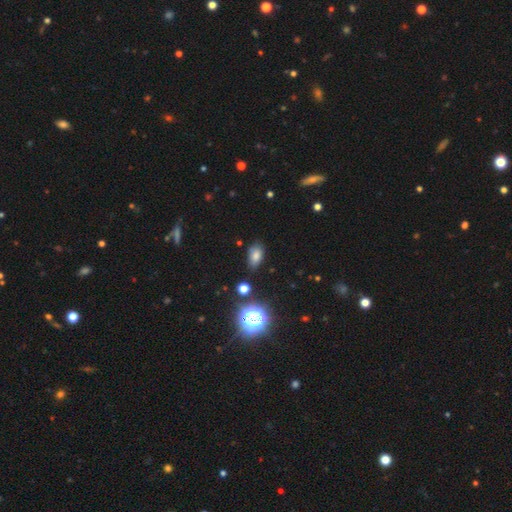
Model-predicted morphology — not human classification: Smooth or featured?
  - smooth: 74% *
  - star or artifact: 17%
  - featured or disk: 9%
How rounded?
  - in between: 86% *
  - round: 11%
  - cigar-shaped: 2%
Merging?
  - none: 76% *
  - minor disturbance: 17%
  - major disturbance: 4%
  - merger: 3%